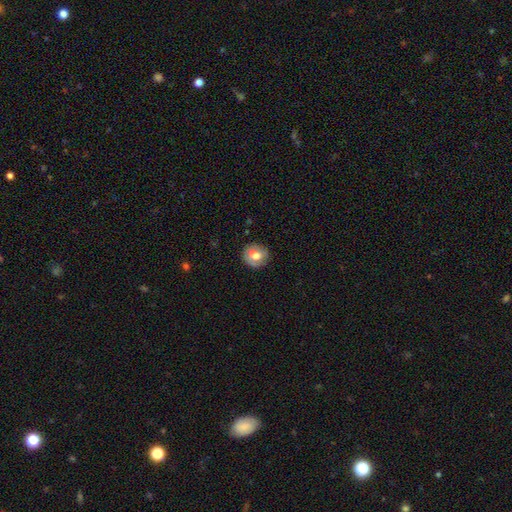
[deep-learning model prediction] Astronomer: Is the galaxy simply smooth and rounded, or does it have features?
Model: smooth — 61%.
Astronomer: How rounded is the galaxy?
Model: round — 77%.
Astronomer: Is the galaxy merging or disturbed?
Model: none — 80%.